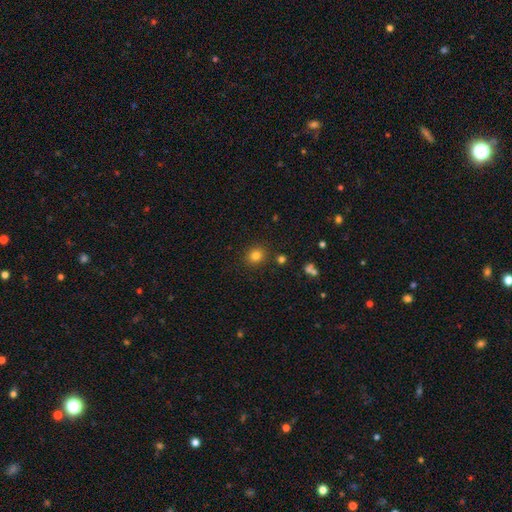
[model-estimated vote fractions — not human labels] A smooth galaxy with no disk features (81%) that is round (77%).

Vote fractions:
- Smooth or featured? smooth: 81% / star or artifact: 13% / featured or disk: 6%
- How rounded? round: 77% / in between: 22% / cigar-shaped: 1%
- Merging? none: 87% / minor disturbance: 7% / merger: 3% / major disturbance: 2%